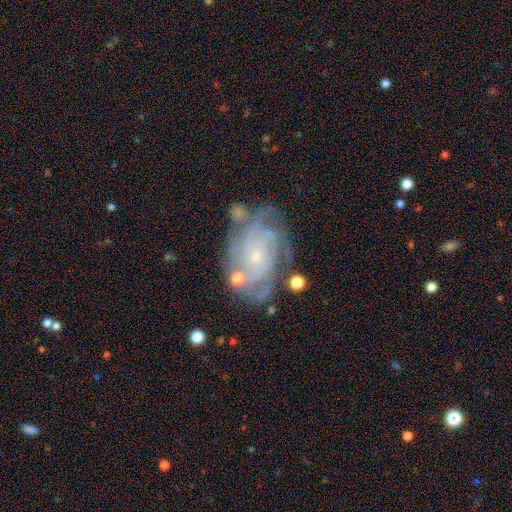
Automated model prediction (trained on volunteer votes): Q: Smooth or featured?
A: featured or disk (84%); runner-up: smooth (9%)
Q: Edge-on disk?
A: no (97%); runner-up: yes (3%)
Q: Bar?
A: no (77%); runner-up: weak (18%)
Q: Spiral arms?
A: yes (95%); runner-up: no (5%)
Q: Spiral winding?
A: tight (70%); runner-up: medium (24%)
Q: Spiral arm count?
A: can't tell (31%); runner-up: 4 (24%)
Q: Bulge size?
A: small (82%); runner-up: moderate (13%)
Q: Merging?
A: none (63%); runner-up: minor disturbance (21%)